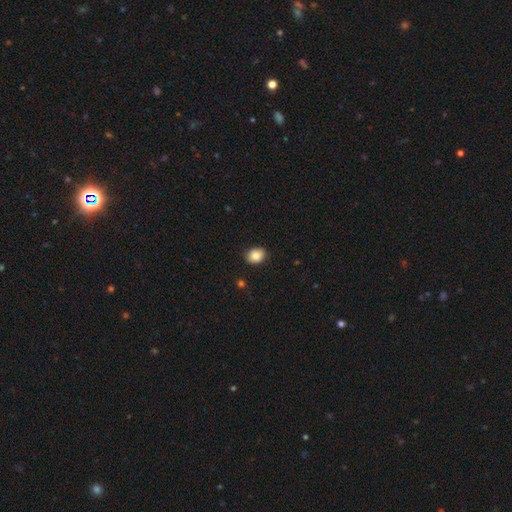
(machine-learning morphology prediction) Q: Smooth or featured?
A: smooth (85%); runner-up: star or artifact (9%)
Q: How rounded?
A: in between (52%); runner-up: round (47%)
Q: Merging?
A: none (84%); runner-up: minor disturbance (13%)